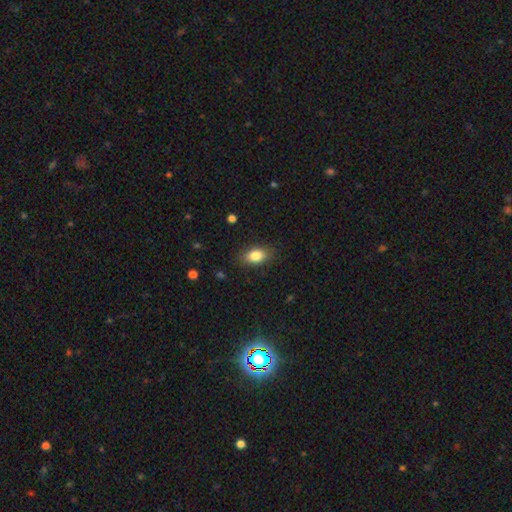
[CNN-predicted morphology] Smooth or featured?
  - smooth: 83% *
  - featured or disk: 8%
  - star or artifact: 8%
How rounded?
  - in between: 87% *
  - round: 10%
  - cigar-shaped: 3%
Merging?
  - none: 85% *
  - minor disturbance: 11%
  - major disturbance: 3%
  - merger: 1%